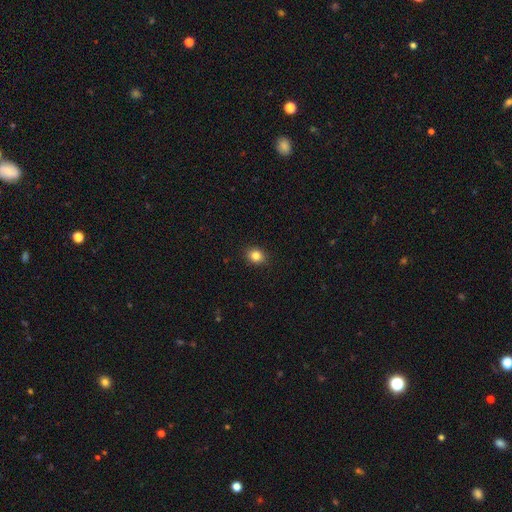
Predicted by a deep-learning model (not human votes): Morphology: type=smooth (84%); roundness=round (61%); merging=none (90%).